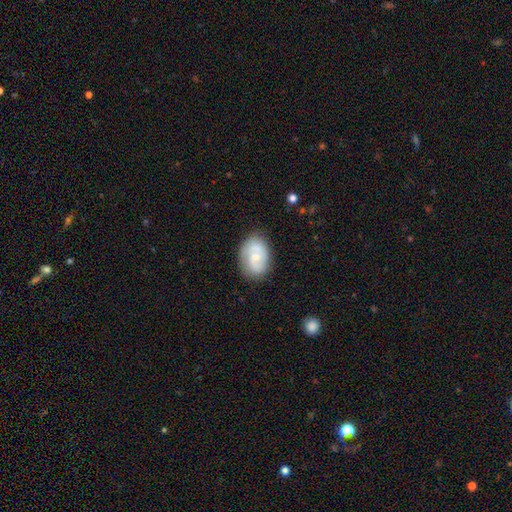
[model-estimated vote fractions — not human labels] Smooth or featured? featured or disk (56%)
Edge-on disk? no (97%)
Bar? no (62%)
Spiral arms? yes (79%)
Bulge size? small (55%)
Merging? none (76%)